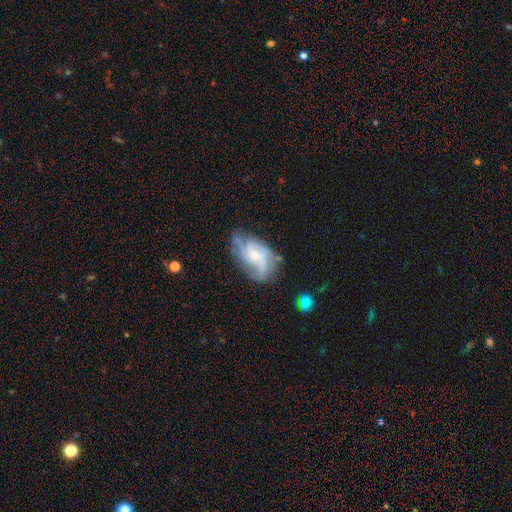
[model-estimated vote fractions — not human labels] Morphology: type=featured or disk (74%); edge-on=no (96%); bar=no (60%); spiral arms=yes (87%); winding=medium (43%); arm count=can't tell (28%, tied with 2); bulge=small (59%); merging=none (51%).